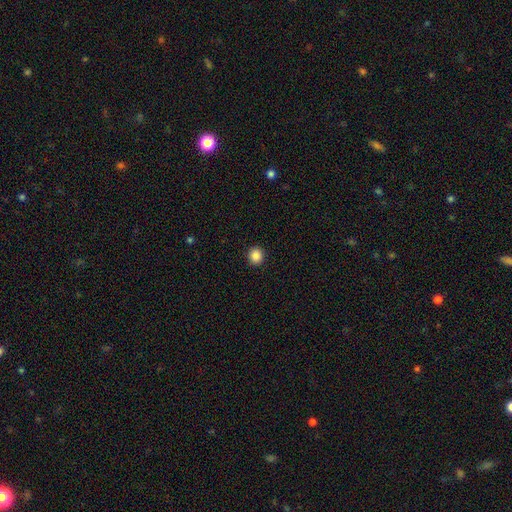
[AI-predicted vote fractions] Smooth or featured? smooth (87%)
How rounded? round (88%)
Merging? none (93%)